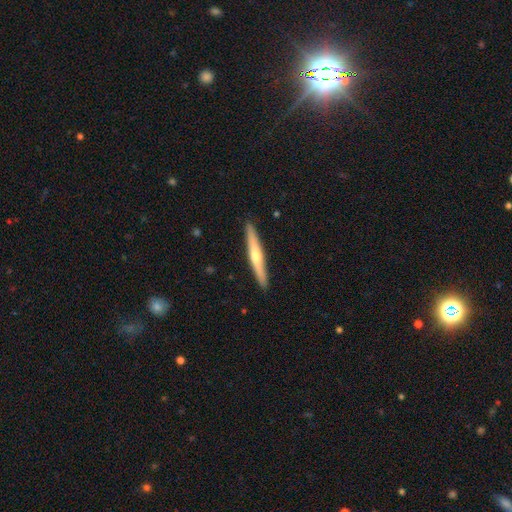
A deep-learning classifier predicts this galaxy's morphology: A featured or disk galaxy (52%) viewed edge-on (96%).

Vote fractions:
- Smooth or featured? featured or disk: 52% / smooth: 43% / star or artifact: 5%
- Edge-on disk? yes: 96% / no: 4%
- Merging? none: 91% / minor disturbance: 6% / major disturbance: 1% / merger: 1%